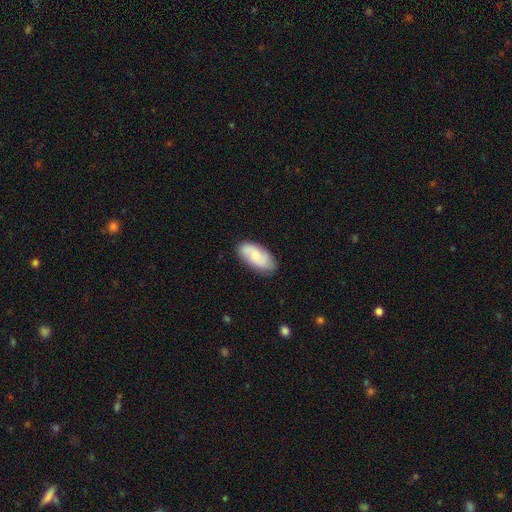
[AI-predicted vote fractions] Smooth or featured?
  - smooth: 60% *
  - featured or disk: 34%
  - star or artifact: 6%
How rounded?
  - in between: 92% *
  - cigar-shaped: 6%
  - round: 3%
Merging?
  - none: 79% *
  - minor disturbance: 16%
  - major disturbance: 3%
  - merger: 1%